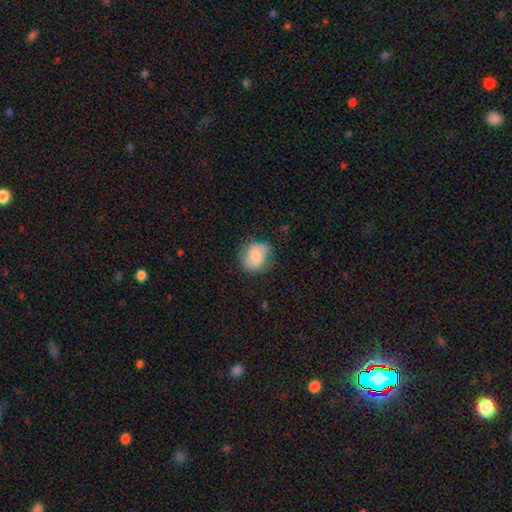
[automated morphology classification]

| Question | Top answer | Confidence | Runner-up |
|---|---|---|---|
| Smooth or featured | smooth | 72% | featured or disk (21%) |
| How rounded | round | 57% | in between (42%) |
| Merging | none | 69% | minor disturbance (23%) |